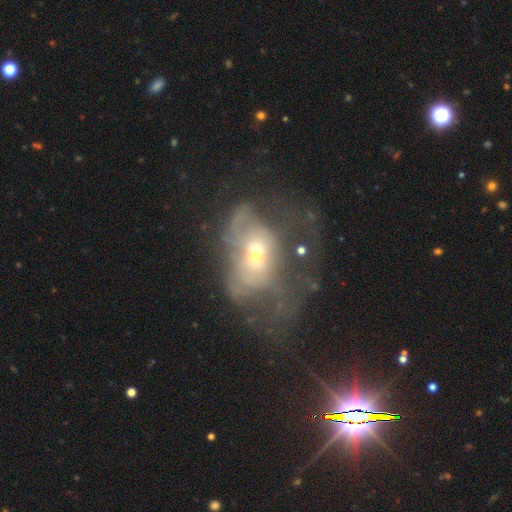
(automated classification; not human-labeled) Smooth or featured? featured or disk (50%)
Edge-on disk? no (95%)
Merging? major disturbance (59%)